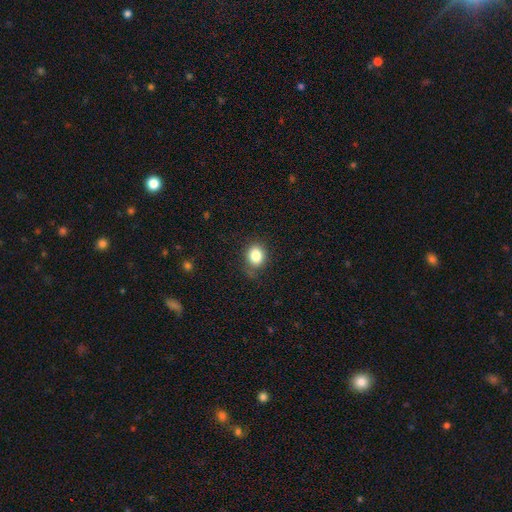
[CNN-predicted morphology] A smooth galaxy with no disk features (84%) that is round (63%).

Vote fractions:
- Smooth or featured? smooth: 84% / star or artifact: 10% / featured or disk: 6%
- How rounded? round: 63% / in between: 36% / cigar-shaped: 1%
- Merging? none: 77% / minor disturbance: 17% / major disturbance: 5% / merger: 1%